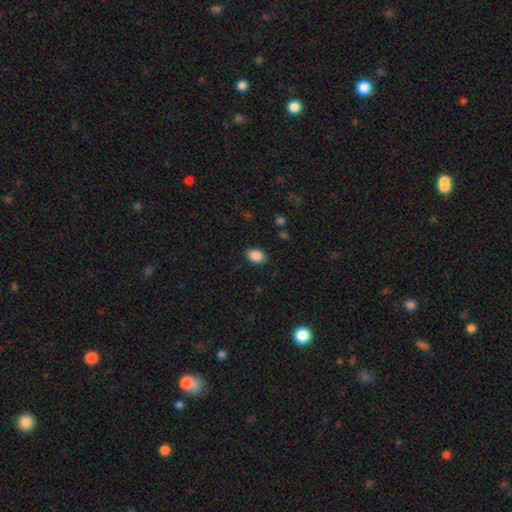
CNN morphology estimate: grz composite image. It shows a smooth galaxy with no disk features (89%) that is in between round and cigar-shaped (77%). Merging: none (86%).